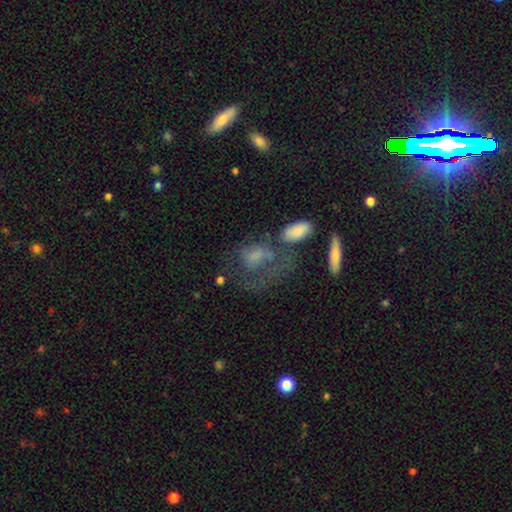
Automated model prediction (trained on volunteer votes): smooth_or_featured: smooth (p=0.43) [alt: featured or disk p=0.42]
merging: major disturbance (p=0.36) [alt: none p=0.32]